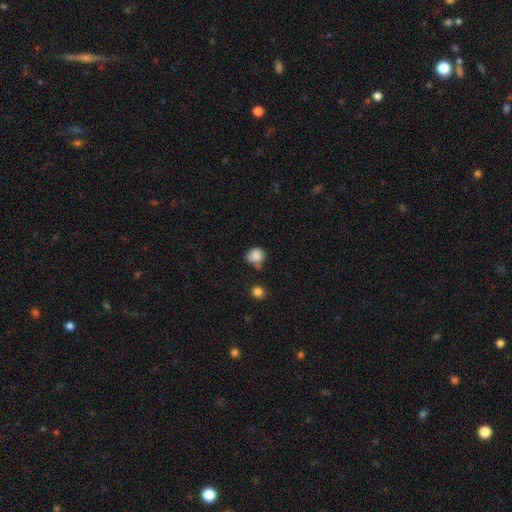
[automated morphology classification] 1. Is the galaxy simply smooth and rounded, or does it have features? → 85% smooth, 10% star or artifact, 5% featured or disk.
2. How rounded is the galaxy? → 73% round, 26% in between, 1% cigar-shaped.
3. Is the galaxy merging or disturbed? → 55% none, 26% minor disturbance, 12% merger, 7% major disturbance.